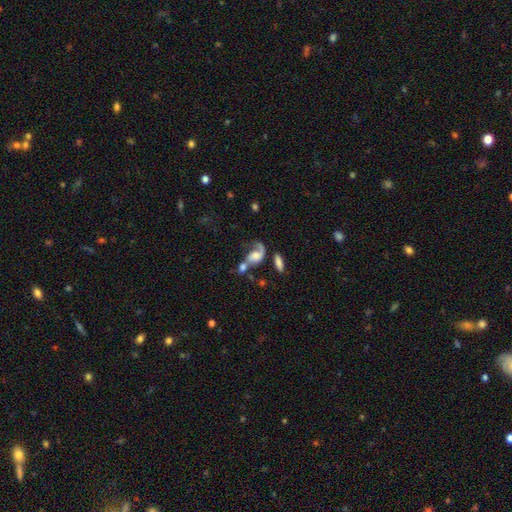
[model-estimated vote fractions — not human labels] featured or disk 59%, smooth 31%, star or artifact 10%. Down the decision tree: edge-on disk — no (94%); bar — no (69%); spiral arms — yes (85%); bulge size — moderate (36%); merging — merger (37%).